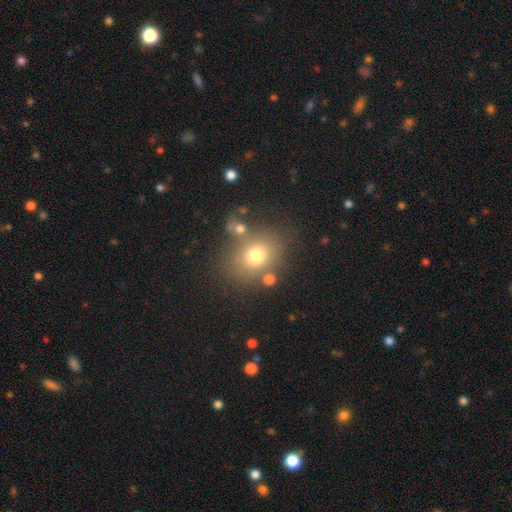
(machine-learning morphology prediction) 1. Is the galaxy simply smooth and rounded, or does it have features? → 71% smooth, 14% star or artifact, 14% featured or disk.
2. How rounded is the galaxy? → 50% in between, 49% round, 1% cigar-shaped.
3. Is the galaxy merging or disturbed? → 69% none, 14% minor disturbance, 11% merger, 6% major disturbance.